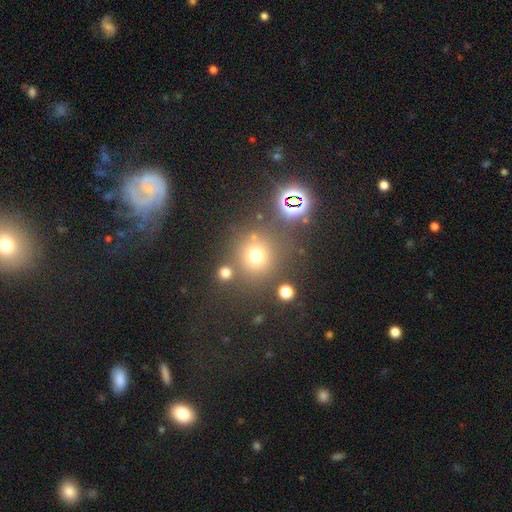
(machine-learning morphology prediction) This appears to be a smooth galaxy with no disk features (69%) that is round (90%). Merging: none (75%).